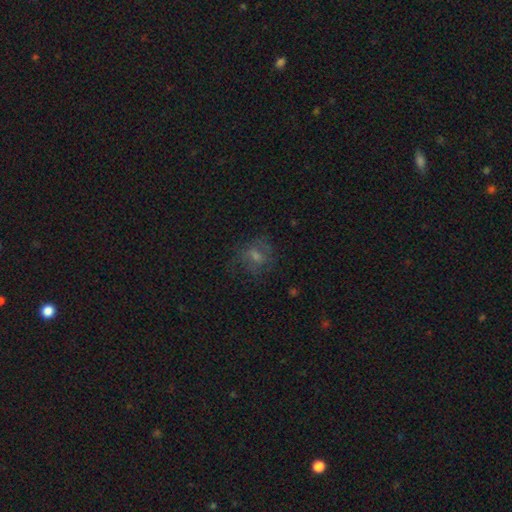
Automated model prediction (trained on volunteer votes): Morphology: type=smooth (41%); merging=none (67%).